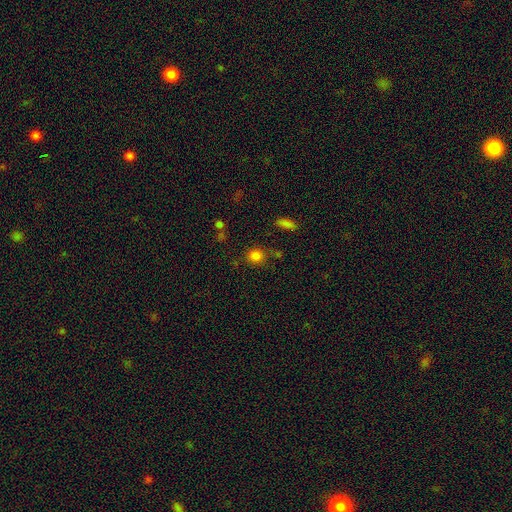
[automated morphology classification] The model was most divided on "how rounded": round: 79%, in between: 20%, cigar-shaped: 1%. More confident: smooth or featured — smooth (81%); merging — none (76%).